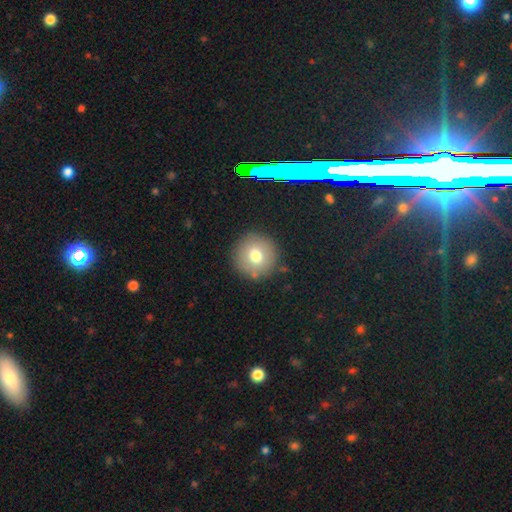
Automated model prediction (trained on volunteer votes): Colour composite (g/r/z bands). It shows a smooth galaxy with no disk features (73%) that is round (95%). Merging: none (87%).